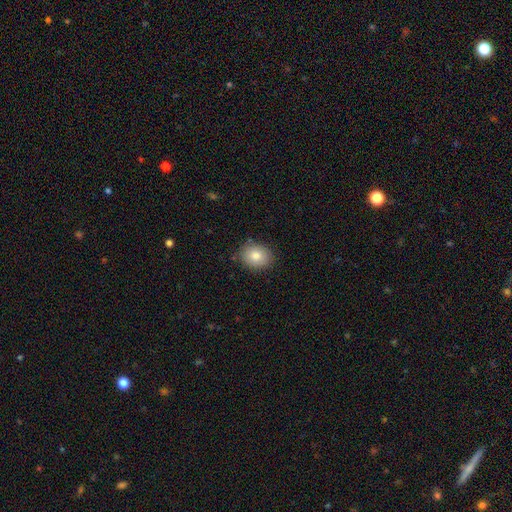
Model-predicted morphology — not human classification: A smooth galaxy with no disk features (83%) that is round (50%). Merging: none (86%).